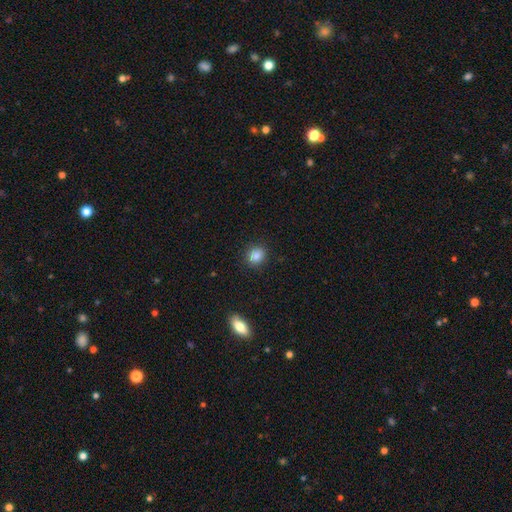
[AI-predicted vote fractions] Smooth or featured? Predicted: smooth (p=0.86). How rounded? Predicted: round (p=0.73). Merging? Predicted: none (p=0.88).